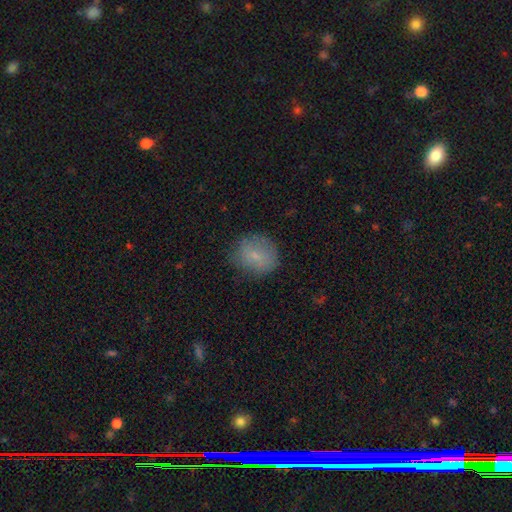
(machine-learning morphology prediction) This is likely a smooth galaxy (74%). How rounded: likely round (69%). Merging: likely none (73%).